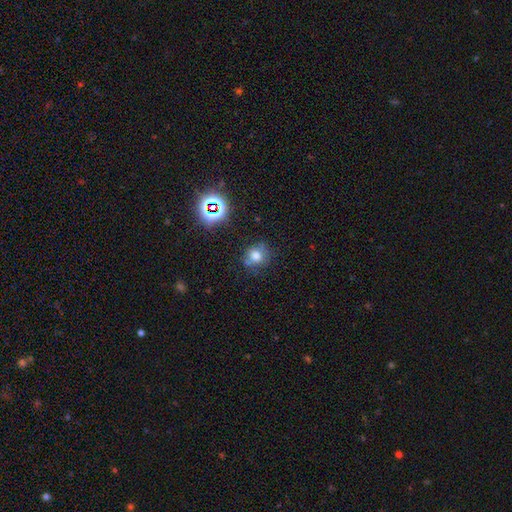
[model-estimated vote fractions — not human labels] smooth 68%, star or artifact 20%, featured or disk 13%. Down the decision tree: how rounded — round (79%); merging — none (70%).